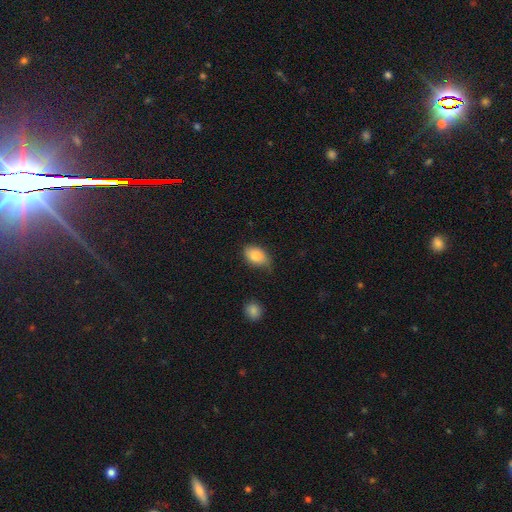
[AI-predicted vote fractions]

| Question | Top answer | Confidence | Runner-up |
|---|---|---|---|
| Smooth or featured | smooth | 86% | star or artifact (7%) |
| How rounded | in between | 90% | round (8%) |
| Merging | none | 65% | minor disturbance (27%) |